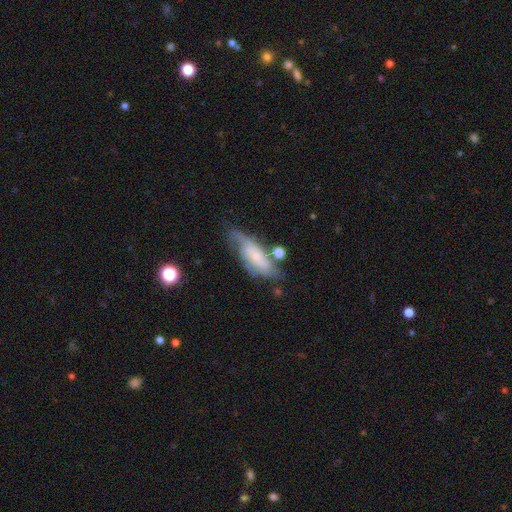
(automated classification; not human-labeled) Smooth or featured: featured or disk — 55% (smooth — 36%)
Edge-on disk: no — 77% (yes — 23%)
Merging: none — 50% (minor disturbance — 28%)